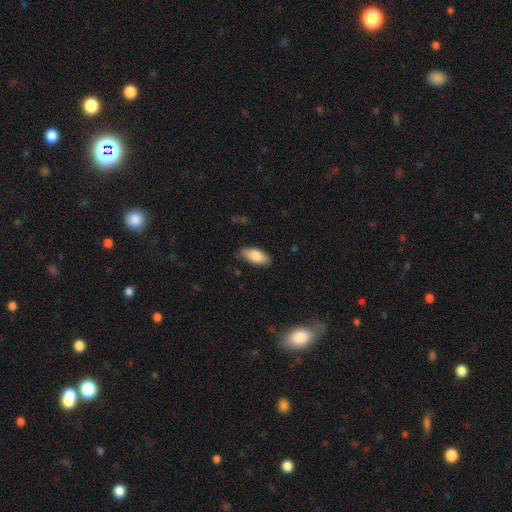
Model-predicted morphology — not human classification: smooth 84%, featured or disk 9%, star or artifact 6%. Down the decision tree: how rounded — in between (90%); merging — none (84%).